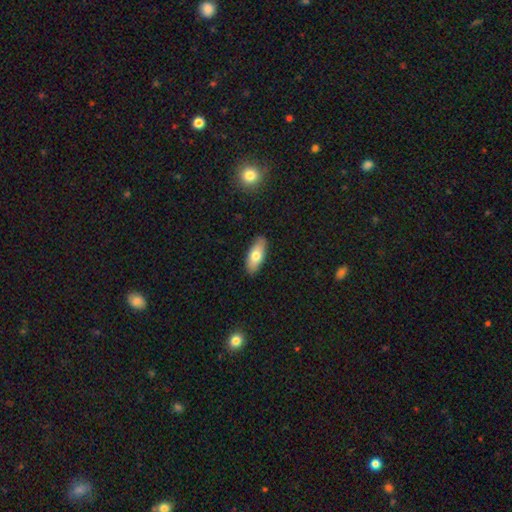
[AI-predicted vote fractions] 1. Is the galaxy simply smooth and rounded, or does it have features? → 73% smooth, 21% featured or disk, 6% star or artifact.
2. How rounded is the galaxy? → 80% in between, 17% cigar-shaped, 2% round.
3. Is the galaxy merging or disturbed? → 88% none, 9% minor disturbance, 2% major disturbance, 1% merger.